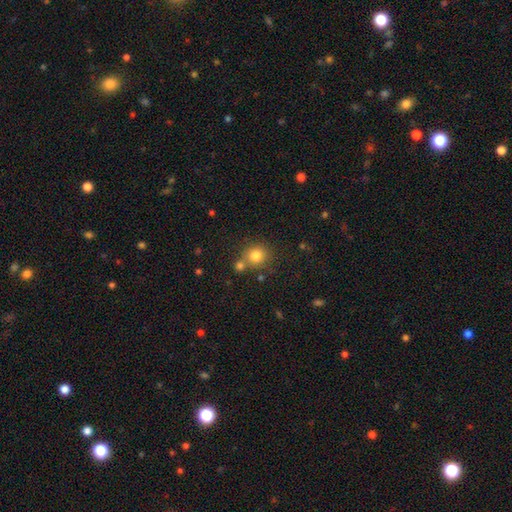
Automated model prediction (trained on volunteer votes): Smooth or featured? Predicted: smooth (p=0.80). How rounded? Predicted: round (p=0.87). Merging? Predicted: none (p=0.65).